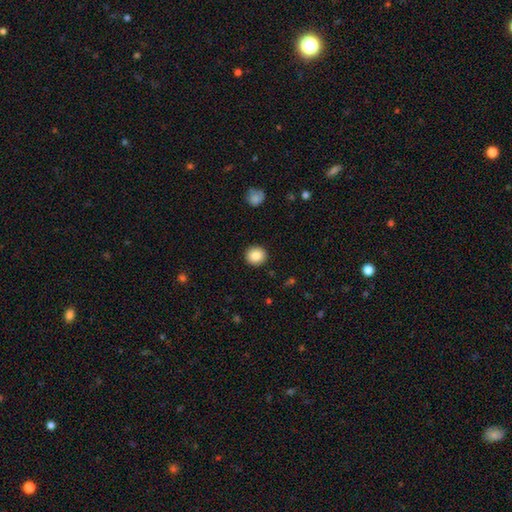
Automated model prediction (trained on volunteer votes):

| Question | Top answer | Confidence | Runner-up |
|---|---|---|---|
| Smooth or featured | smooth | 87% | star or artifact (8%) |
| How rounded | round | 91% | in between (8%) |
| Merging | none | 92% | minor disturbance (5%) |